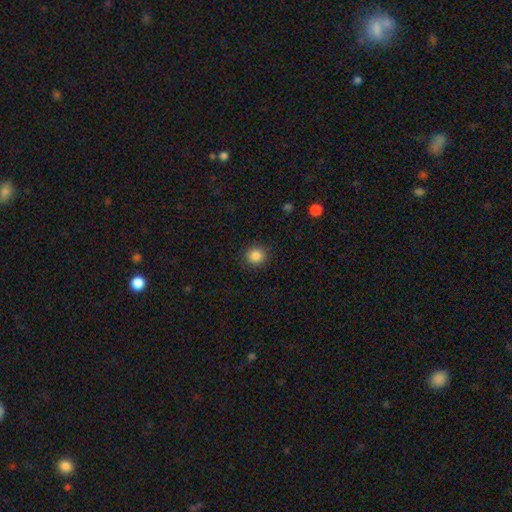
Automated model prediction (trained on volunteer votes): Smooth or featured? Predicted: smooth (p=0.87). How rounded? Predicted: round (p=0.91). Merging? Predicted: none (p=0.89).